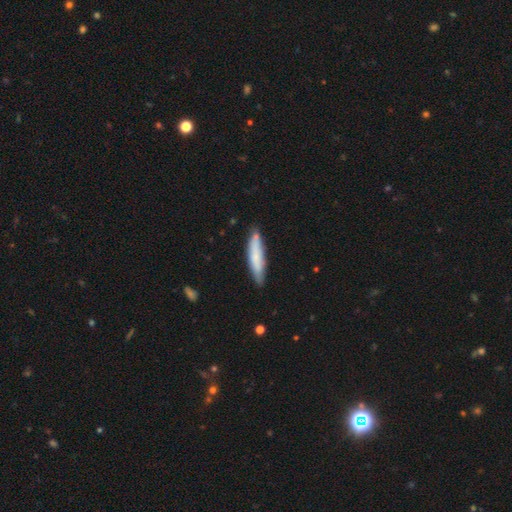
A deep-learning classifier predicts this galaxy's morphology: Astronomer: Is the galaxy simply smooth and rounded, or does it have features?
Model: smooth — 68%.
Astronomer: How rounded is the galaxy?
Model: cigar-shaped — 80%.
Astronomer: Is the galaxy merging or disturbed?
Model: none — 80%.